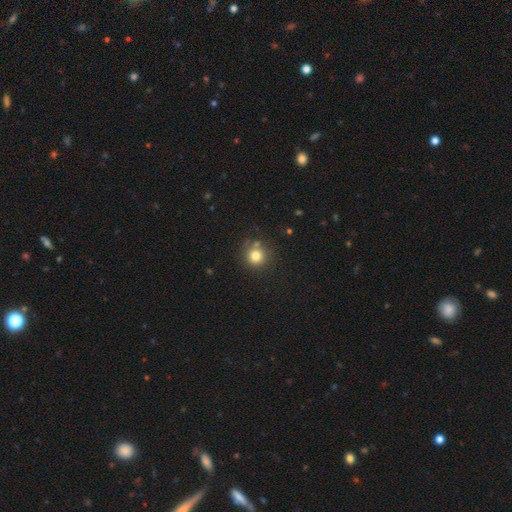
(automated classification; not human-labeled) A smooth galaxy with no disk features (79%) that is round (92%).

Vote fractions:
- Smooth or featured? smooth: 79% / star or artifact: 13% / featured or disk: 8%
- How rounded? round: 92% / in between: 7% / cigar-shaped: 1%
- Merging? none: 74% / minor disturbance: 12% / merger: 10% / major disturbance: 4%